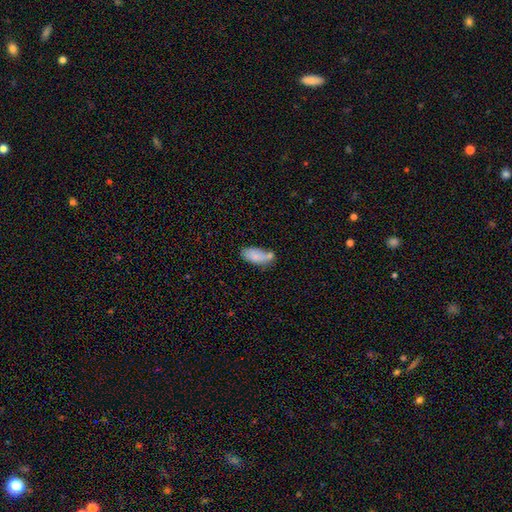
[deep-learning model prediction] Smooth or featured? smooth (79%)
How rounded? in between (89%)
Merging? none (46%)